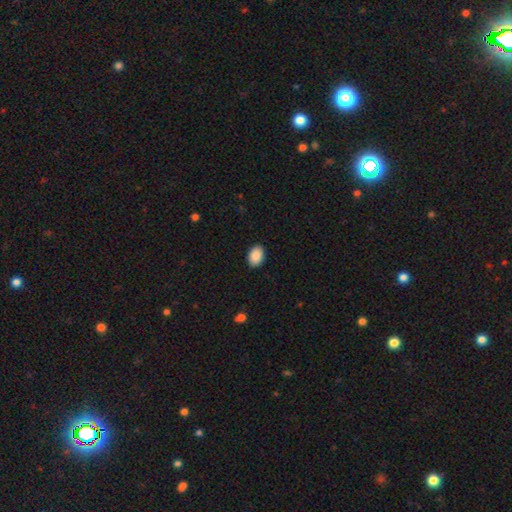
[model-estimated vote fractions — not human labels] smooth_or_featured: smooth (p=0.90) [alt: star or artifact p=0.07]
how_rounded: in between (p=0.84) [alt: round p=0.15]
merging: none (p=0.90) [alt: minor disturbance p=0.07]